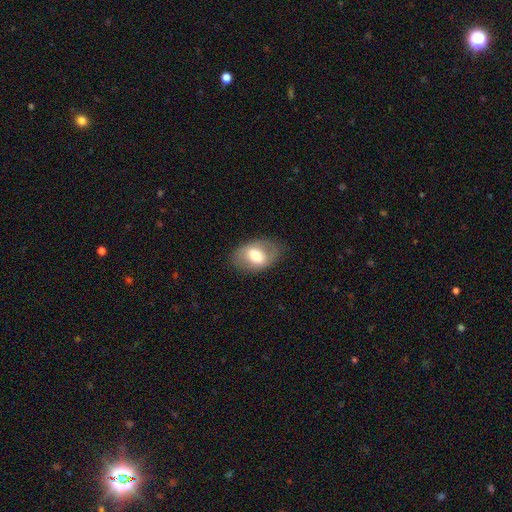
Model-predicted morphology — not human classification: Smooth or featured?
  - smooth: 56% *
  - featured or disk: 37%
  - star or artifact: 7%
How rounded?
  - in between: 84% *
  - round: 14%
  - cigar-shaped: 1%
Merging?
  - none: 78% *
  - minor disturbance: 15%
  - major disturbance: 6%
  - merger: 1%